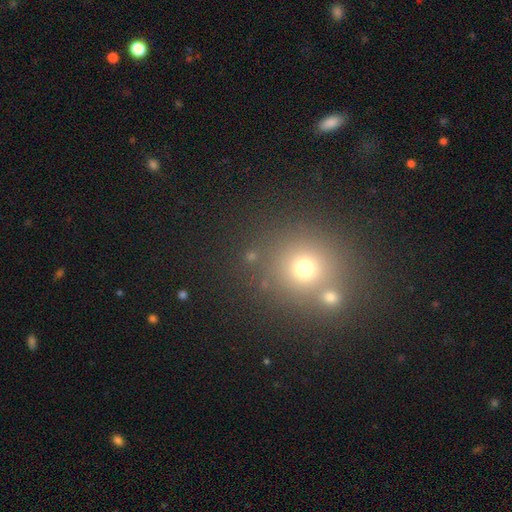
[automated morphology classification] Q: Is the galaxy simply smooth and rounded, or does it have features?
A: smooth — 61%.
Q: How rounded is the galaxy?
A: round — 88%.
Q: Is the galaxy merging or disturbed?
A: none — 71%.